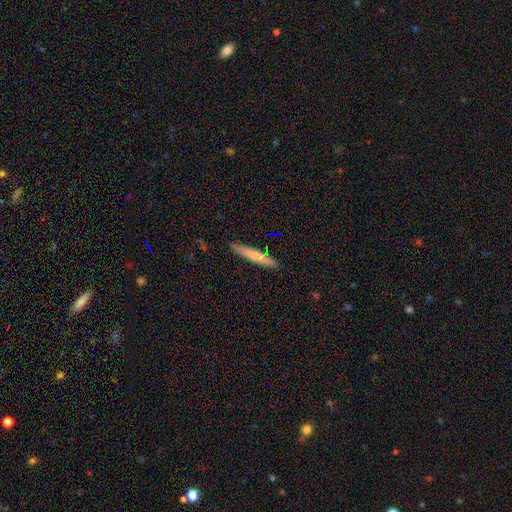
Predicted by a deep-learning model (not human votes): Smooth or featured? Predicted: smooth (p=0.65). How rounded? Predicted: cigar-shaped (p=0.94). Merging? Predicted: none (p=0.88).